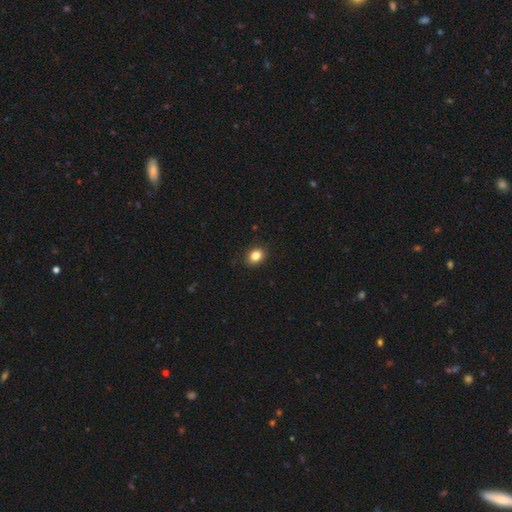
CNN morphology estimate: Smooth or featured?
  - smooth: 85% *
  - star or artifact: 10%
  - featured or disk: 5%
How rounded?
  - in between: 54% *
  - round: 45%
  - cigar-shaped: 1%
Merging?
  - none: 89% *
  - minor disturbance: 8%
  - major disturbance: 2%
  - merger: 1%